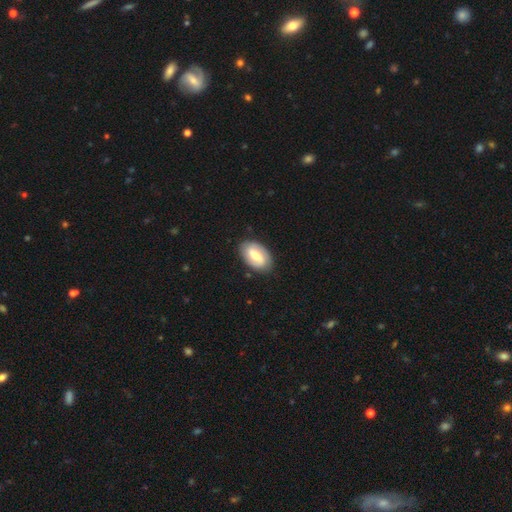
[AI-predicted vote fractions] smooth-or-featured: featured or disk: 50% | smooth: 44% | star or artifact: 6%
  disk-edge-on: no: 93% | yes: 7%
  merging: none: 85% | minor disturbance: 11% | major disturbance: 3% | merger: 1%